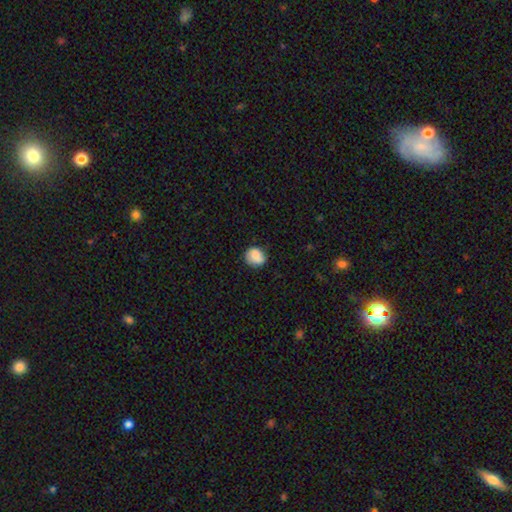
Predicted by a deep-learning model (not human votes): This is likely a smooth galaxy (79%). How rounded: likely round (75%). Merging: likely none (66%).